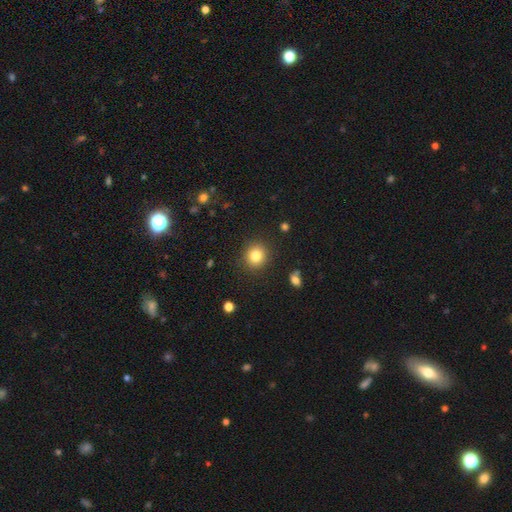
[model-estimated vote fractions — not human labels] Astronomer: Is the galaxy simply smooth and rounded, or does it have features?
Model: smooth — 83%.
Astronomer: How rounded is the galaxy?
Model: round — 85%.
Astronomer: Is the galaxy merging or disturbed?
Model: none — 90%.